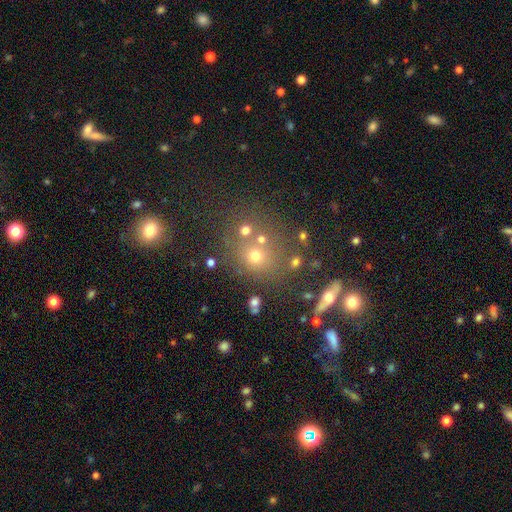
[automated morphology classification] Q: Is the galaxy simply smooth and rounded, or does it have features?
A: smooth — 60%.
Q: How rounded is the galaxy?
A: round — 78%.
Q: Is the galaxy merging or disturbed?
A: none — 62%.